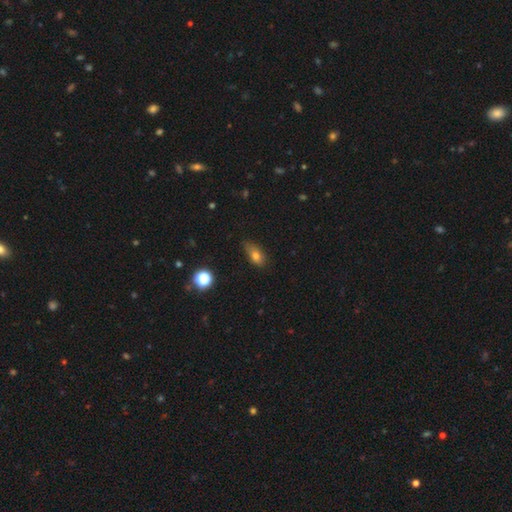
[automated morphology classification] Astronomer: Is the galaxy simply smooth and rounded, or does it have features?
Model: smooth — 76%.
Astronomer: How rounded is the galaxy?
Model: in between — 80%.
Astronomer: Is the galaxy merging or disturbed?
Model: none — 60%.